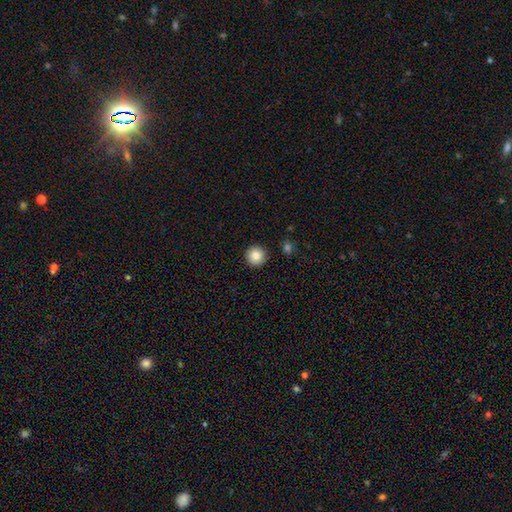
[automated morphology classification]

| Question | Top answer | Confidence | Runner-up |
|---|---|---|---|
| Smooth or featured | smooth | 86% | star or artifact (9%) |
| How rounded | round | 96% | in between (3%) |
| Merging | none | 92% | minor disturbance (5%) |